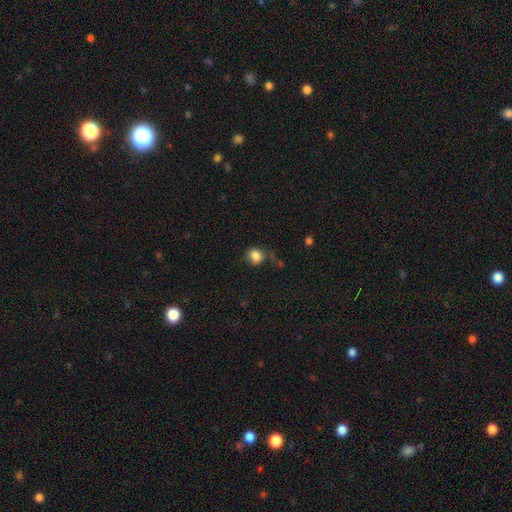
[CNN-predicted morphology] The model was most divided on "merging": none: 57%, minor disturbance: 25%, major disturbance: 12%, merger: 5%. More confident: smooth or featured — smooth (84%); how rounded — round (73%).